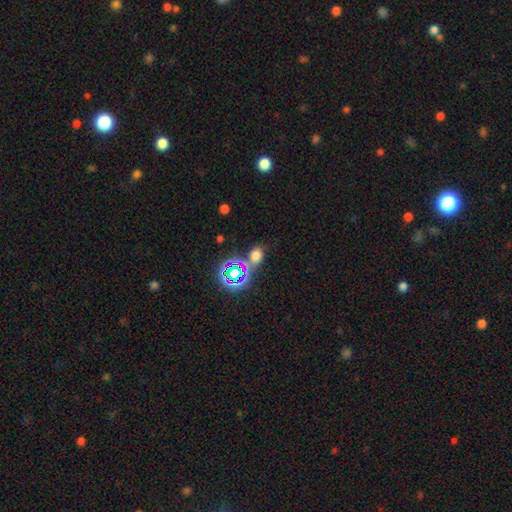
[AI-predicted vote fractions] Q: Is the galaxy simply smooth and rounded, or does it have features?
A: smooth — 60%.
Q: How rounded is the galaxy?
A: round — 62%.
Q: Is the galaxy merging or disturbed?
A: none — 61%.